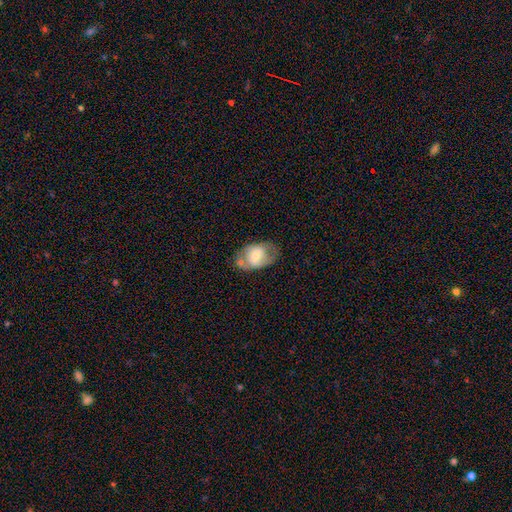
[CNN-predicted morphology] The model was most divided on "smooth or featured": smooth: 49%, featured or disk: 44%, star or artifact: 7%. More confident: merging — none (54%).